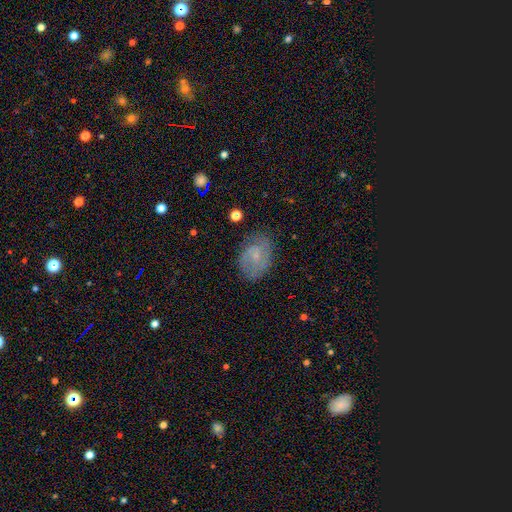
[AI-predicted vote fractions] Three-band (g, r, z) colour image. It shows a featured or disk galaxy (63%) with no bar (53%), 2 (60%) medium (42%, tied with tight) spiral arms (86%) and a small central bulge (71%). Merging: none (76%).